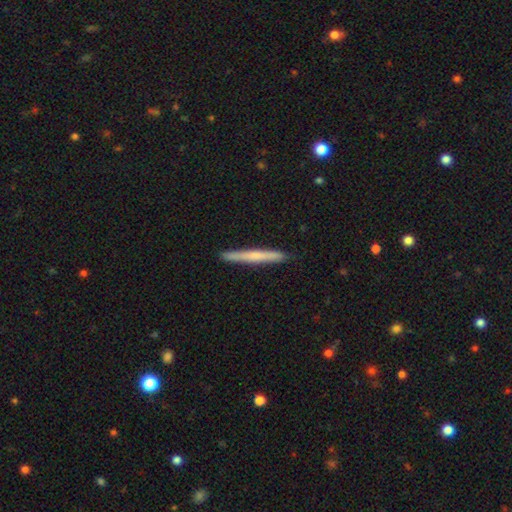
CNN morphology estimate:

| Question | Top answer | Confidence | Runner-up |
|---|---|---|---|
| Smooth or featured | smooth | 54% | featured or disk (40%) |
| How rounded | cigar-shaped | 97% | in between (2%) |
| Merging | none | 90% | minor disturbance (7%) |